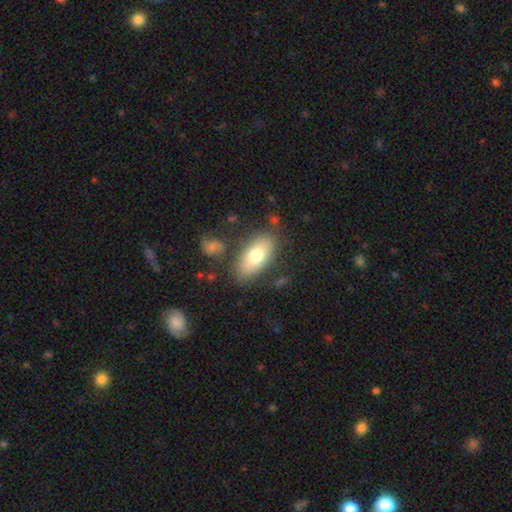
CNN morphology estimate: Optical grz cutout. It shows a smooth galaxy with no disk features (73%) that is in between round and cigar-shaped (88%). Merging: none (79%).